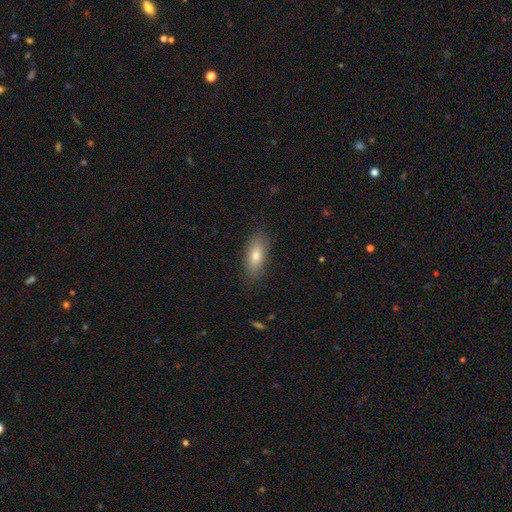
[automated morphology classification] Smooth or featured? smooth (74%)
How rounded? in between (74%)
Merging? none (86%)